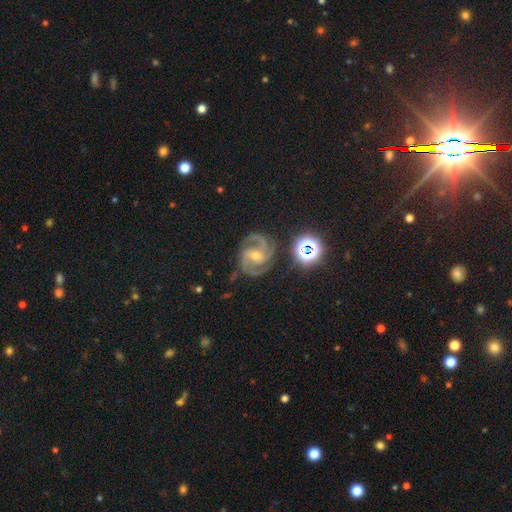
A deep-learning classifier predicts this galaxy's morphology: featured or disk 89%, star or artifact 8%, smooth 3%. Down the decision tree: edge-on disk — no (98%); bar — no (40%, tied with weak); spiral arms — yes (99%); spiral arm count — 2 (49%); spiral winding — tight (48%); bulge size — small (50%); merging — none (78%).